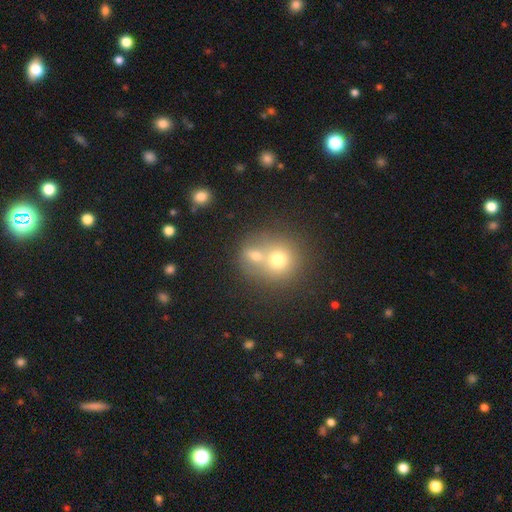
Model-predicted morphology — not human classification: smooth-or-featured: smooth: 67% | featured or disk: 19% | star or artifact: 14%
  how-rounded: round: 77% | in between: 22% | cigar-shaped: 1%
  merging: merger: 60% | none: 30% | minor disturbance: 7% | major disturbance: 3%